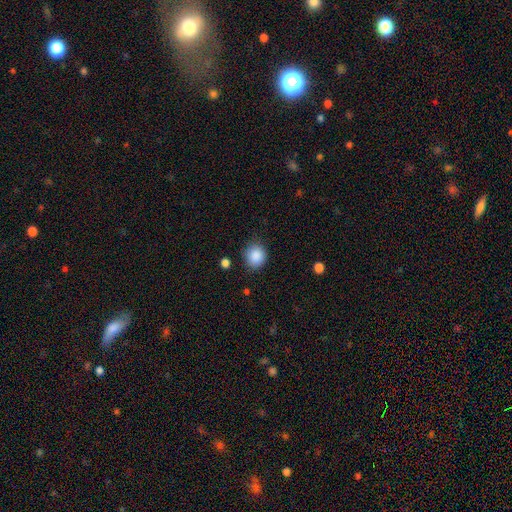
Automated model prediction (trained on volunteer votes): Smooth or featured? smooth (88%)
How rounded? round (81%)
Merging? none (84%)